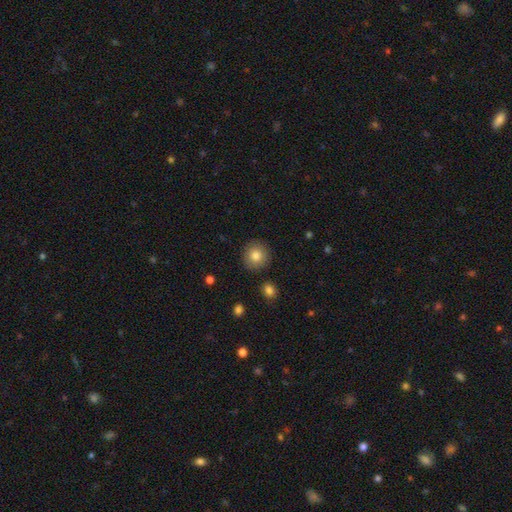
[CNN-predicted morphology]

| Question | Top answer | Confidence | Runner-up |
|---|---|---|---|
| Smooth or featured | smooth | 82% | star or artifact (9%) |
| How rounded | round | 93% | in between (6%) |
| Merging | none | 89% | minor disturbance (7%) |